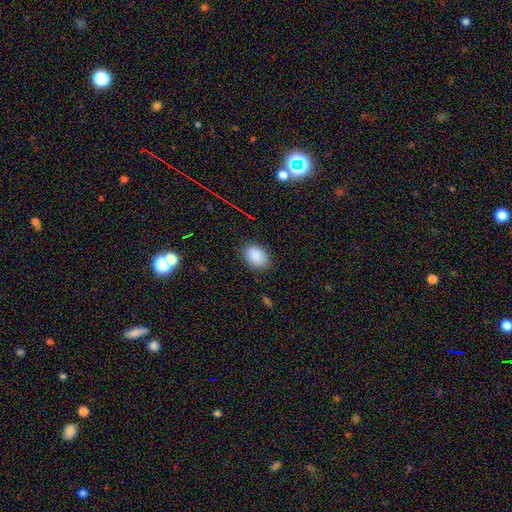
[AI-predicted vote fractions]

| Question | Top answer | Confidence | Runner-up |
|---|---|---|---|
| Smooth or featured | smooth | 88% | star or artifact (8%) |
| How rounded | in between | 77% | round (22%) |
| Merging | none | 84% | minor disturbance (12%) |